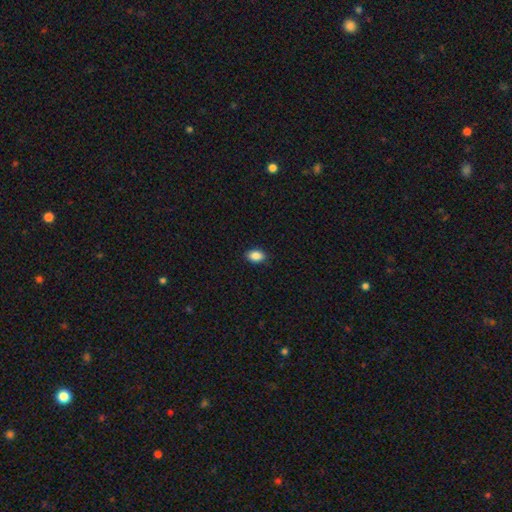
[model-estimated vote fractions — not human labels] Smooth or featured? smooth (88%)
How rounded? in between (85%)
Merging? none (88%)